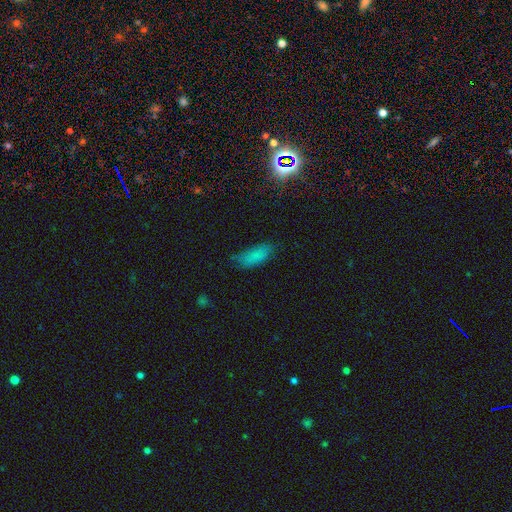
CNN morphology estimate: smooth 78%, star or artifact 14%, featured or disk 9%. Down the decision tree: how rounded — in between (78%); merging — none (69%).